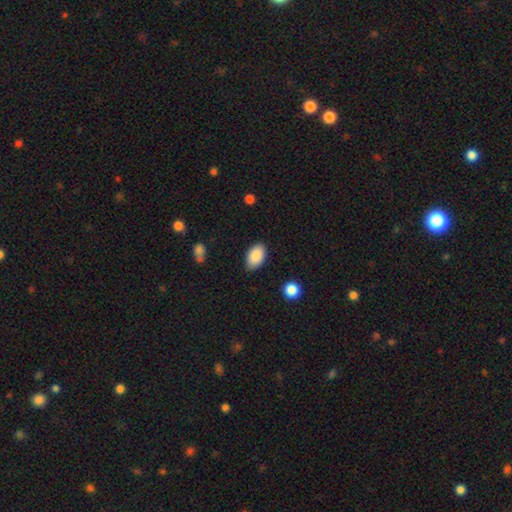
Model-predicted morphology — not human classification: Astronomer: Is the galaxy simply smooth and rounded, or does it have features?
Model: smooth — 88%.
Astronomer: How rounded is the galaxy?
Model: in between — 93%.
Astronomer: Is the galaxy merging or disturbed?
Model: none — 85%.